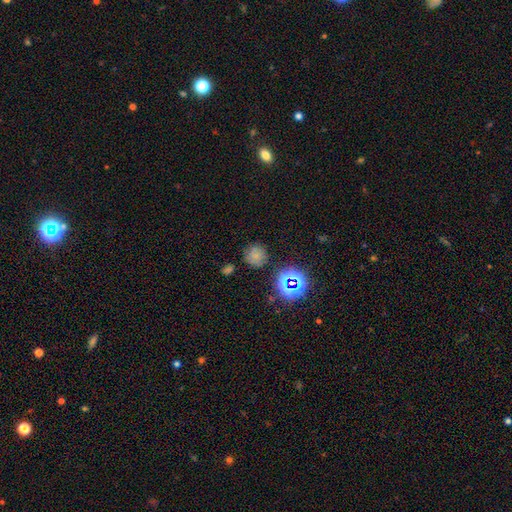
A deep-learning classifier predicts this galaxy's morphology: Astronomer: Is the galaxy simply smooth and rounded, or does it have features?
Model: smooth — 61%.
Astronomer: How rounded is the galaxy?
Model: round — 88%.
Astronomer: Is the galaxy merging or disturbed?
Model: none — 75%.